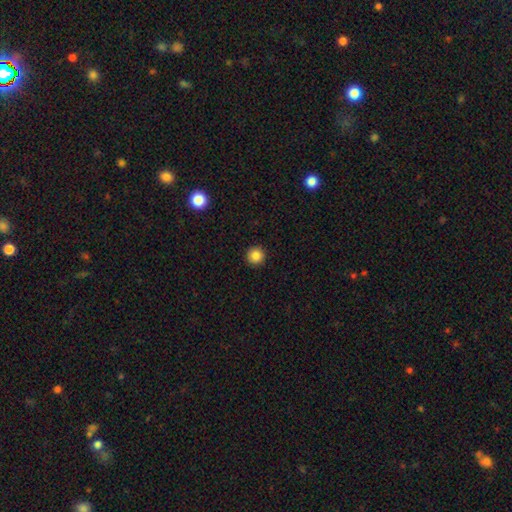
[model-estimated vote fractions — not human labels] smooth 85%, star or artifact 10%, featured or disk 4%. Down the decision tree: how rounded — round (96%); merging — none (93%).